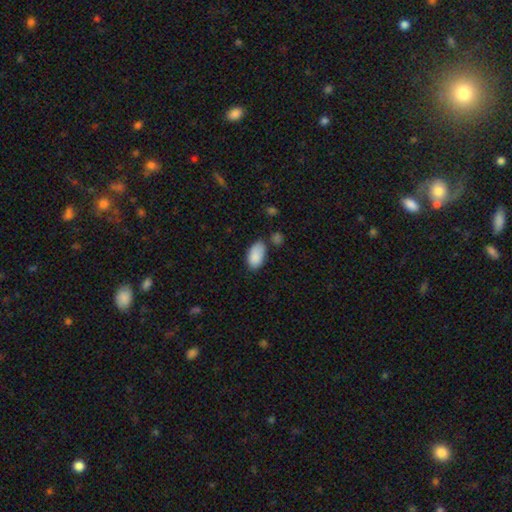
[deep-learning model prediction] This is clearly a smooth galaxy (88%). How rounded: clearly in between (95%). Merging: likely none (62%).